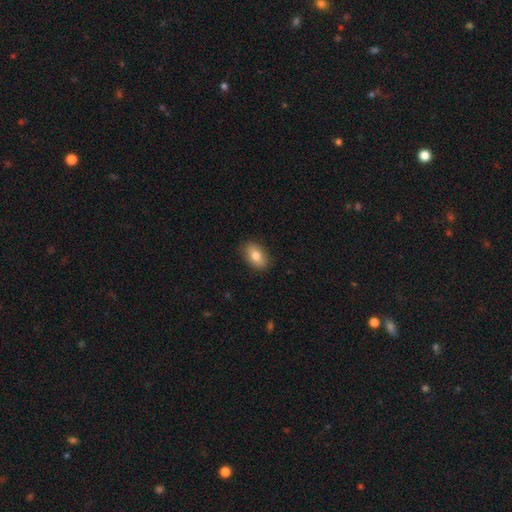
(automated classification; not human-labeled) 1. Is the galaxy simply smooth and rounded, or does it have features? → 80% smooth, 13% featured or disk, 7% star or artifact.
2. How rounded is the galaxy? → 88% in between, 9% round, 3% cigar-shaped.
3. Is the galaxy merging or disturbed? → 87% none, 10% minor disturbance, 2% major disturbance, 1% merger.